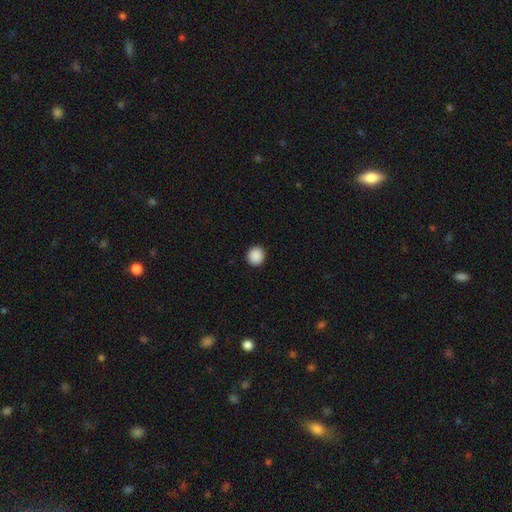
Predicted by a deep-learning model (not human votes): Smooth or featured?
  - smooth: 90% *
  - star or artifact: 8%
  - featured or disk: 2%
How rounded?
  - round: 92% *
  - in between: 7%
  - cigar-shaped: 1%
Merging?
  - none: 93% *
  - minor disturbance: 5%
  - major disturbance: 2%
  - merger: 1%